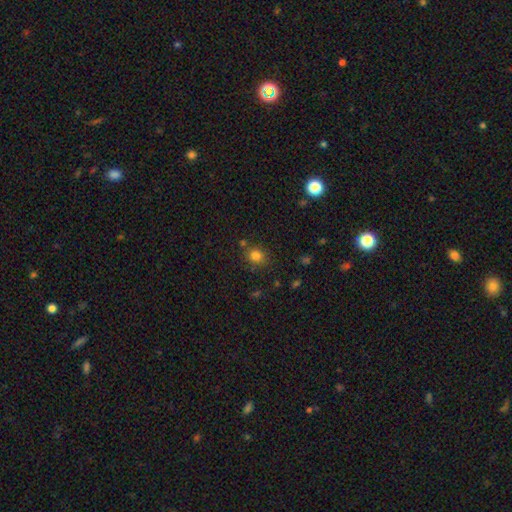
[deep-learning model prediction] smooth_or_featured: smooth (p=0.80) [alt: star or artifact p=0.14]
how_rounded: round (p=0.73) [alt: in between p=0.26]
merging: none (p=0.78) [alt: minor disturbance p=0.12]